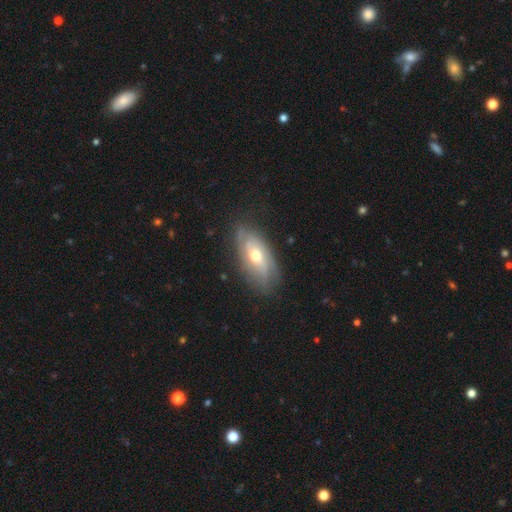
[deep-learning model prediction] Smooth or featured? Predicted: featured or disk (p=0.62). Edge-on disk? Predicted: no (p=0.84). Bar? Predicted: no (p=0.75). Spiral arms? Predicted: yes (p=0.71). Bulge size? Predicted: moderate (p=0.71). Merging? Predicted: none (p=0.76).